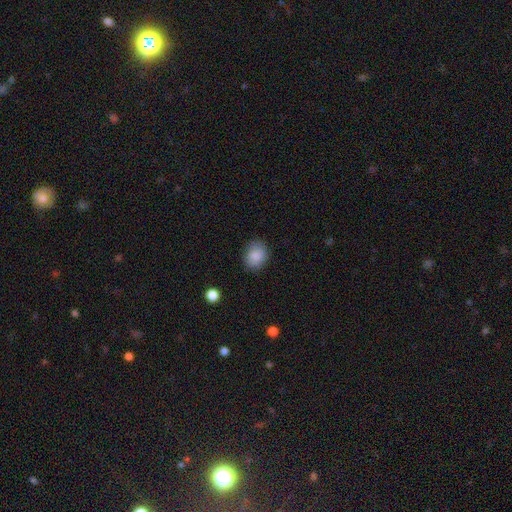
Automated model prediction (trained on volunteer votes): Q: Smooth or featured?
A: smooth (87%); runner-up: star or artifact (8%)
Q: How rounded?
A: in between (52%); runner-up: round (47%)
Q: Merging?
A: none (83%); runner-up: minor disturbance (13%)